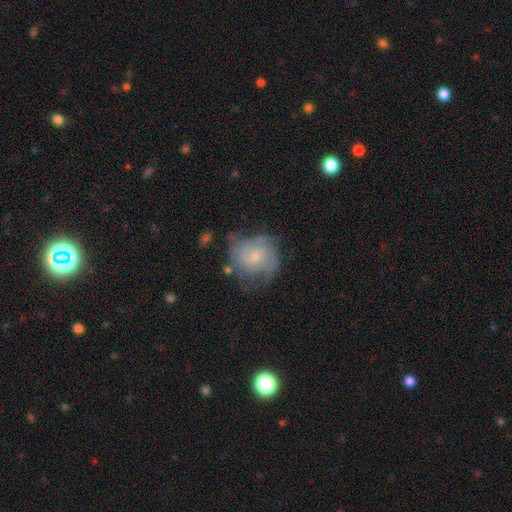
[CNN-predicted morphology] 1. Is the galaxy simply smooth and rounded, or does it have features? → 64% featured or disk, 28% smooth, 8% star or artifact.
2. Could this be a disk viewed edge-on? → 98% no, 2% yes.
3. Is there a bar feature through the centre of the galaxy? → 52% no, 42% weak, 6% strong.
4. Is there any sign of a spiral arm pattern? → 82% yes, 18% no.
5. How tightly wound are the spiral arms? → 43% tight, 41% medium, 15% loose.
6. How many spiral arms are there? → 39% can't tell, 31% 2, 17% 3, 6% 4, 4% 1, 3% more than 4.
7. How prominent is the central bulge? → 58% small, 31% moderate, 8% none, 2% large, 1% dominant.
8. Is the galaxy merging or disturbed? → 51% none, 28% minor disturbance, 18% major disturbance, 4% merger.